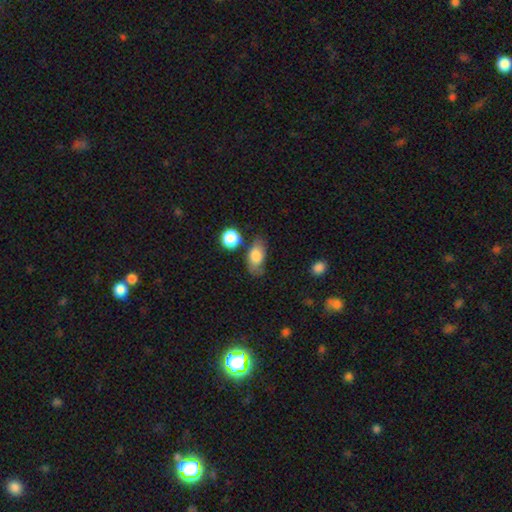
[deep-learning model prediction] Overall: smooth (78%). How rounded: in between (86%). Merging: none (60%; minor disturbance 24%).